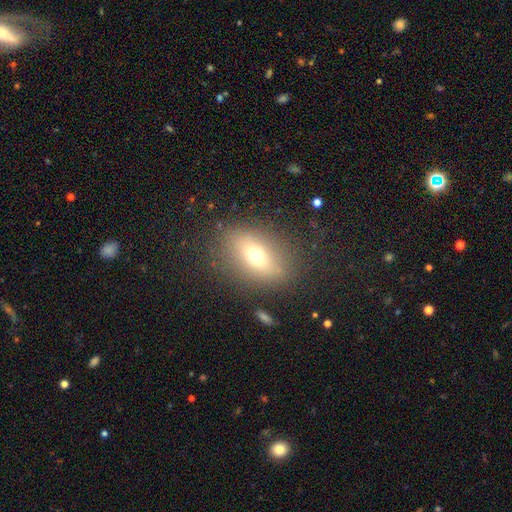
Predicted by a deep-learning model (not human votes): The model was most divided on "smooth or featured": smooth: 62%, featured or disk: 25%, star or artifact: 13%. More confident: merging — none (80%); how rounded — in between (74%).